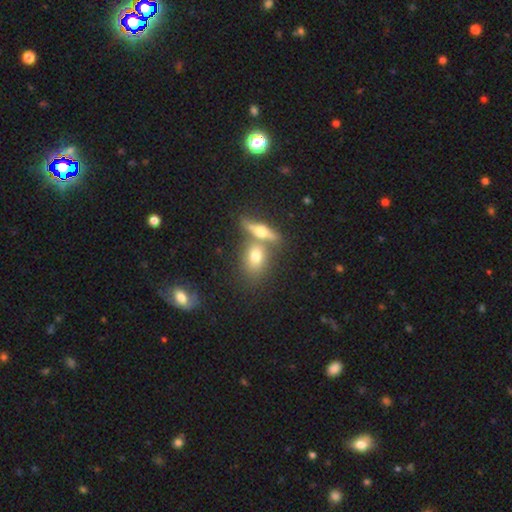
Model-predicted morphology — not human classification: This appears to be a smooth galaxy with no disk features (61%) that is in between round and cigar-shaped (66%). Merging: none (49%).